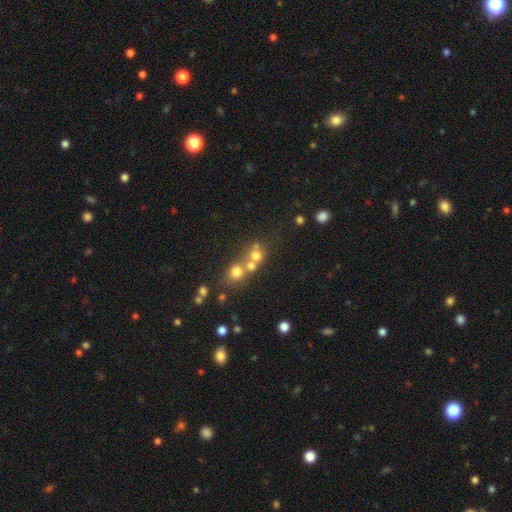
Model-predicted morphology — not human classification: The model was most divided on "merging": merger: 54%, none: 35%, minor disturbance: 7%, major disturbance: 4%. More confident: how rounded — round (81%); smooth or featured — smooth (64%).